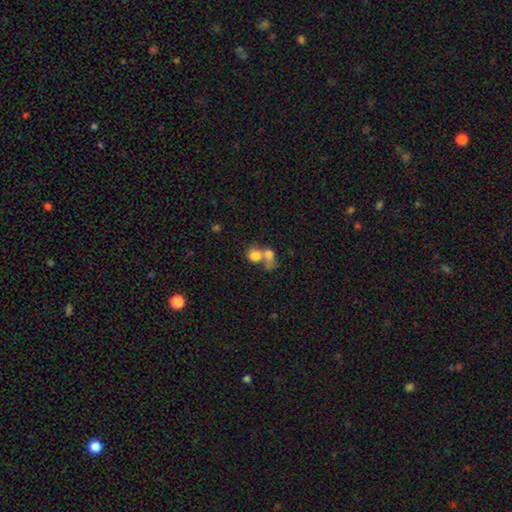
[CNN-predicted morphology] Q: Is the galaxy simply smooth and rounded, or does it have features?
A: smooth — 73%.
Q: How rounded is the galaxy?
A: round — 67%.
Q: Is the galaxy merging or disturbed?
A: merger — 71%.